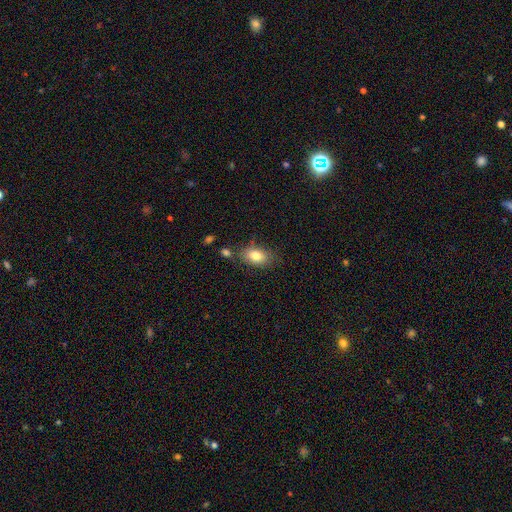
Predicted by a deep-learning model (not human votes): Smooth or featured: smooth — 82% (featured or disk — 10%)
How rounded: in between — 87% (round — 11%)
Merging: none — 72% (minor disturbance — 17%)